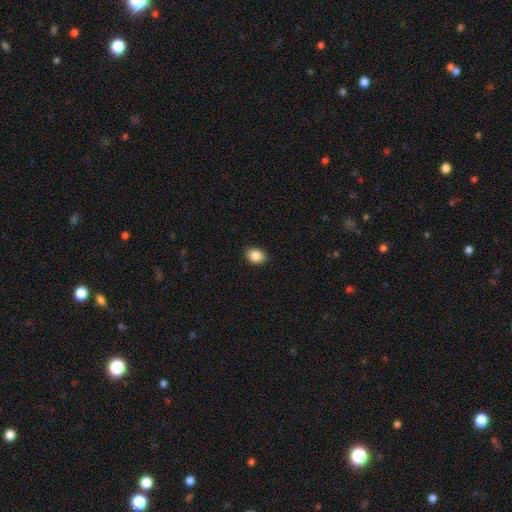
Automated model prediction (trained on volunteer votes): This is clearly a smooth galaxy (87%). How rounded: likely in between (66%). Merging: clearly none (89%).